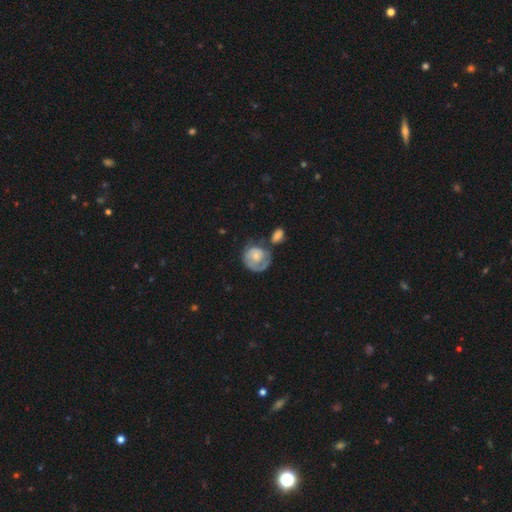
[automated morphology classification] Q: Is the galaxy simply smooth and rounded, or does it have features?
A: featured or disk — 57%.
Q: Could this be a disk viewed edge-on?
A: no — 97%.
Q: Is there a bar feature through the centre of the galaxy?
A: no — 80%.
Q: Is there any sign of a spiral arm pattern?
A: yes — 68%.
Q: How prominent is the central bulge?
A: small — 51%.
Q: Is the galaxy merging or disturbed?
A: none — 41%.